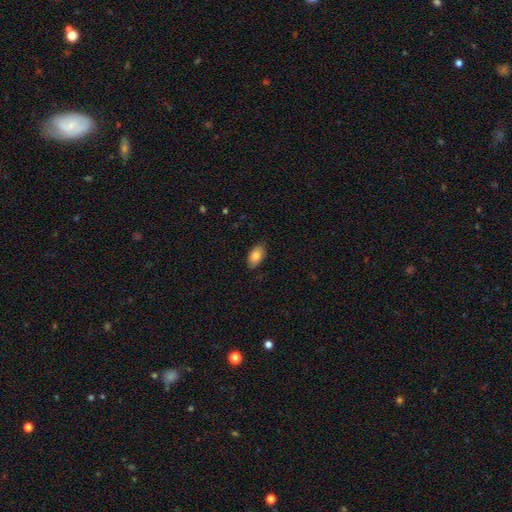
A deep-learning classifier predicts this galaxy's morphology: A smooth galaxy with no disk features (82%) that is in between round and cigar-shaped (93%).

Vote fractions:
- Smooth or featured? smooth: 82% / featured or disk: 11% / star or artifact: 7%
- How rounded? in between: 93% / round: 5% / cigar-shaped: 2%
- Merging? none: 81% / minor disturbance: 15% / major disturbance: 3% / merger: 1%